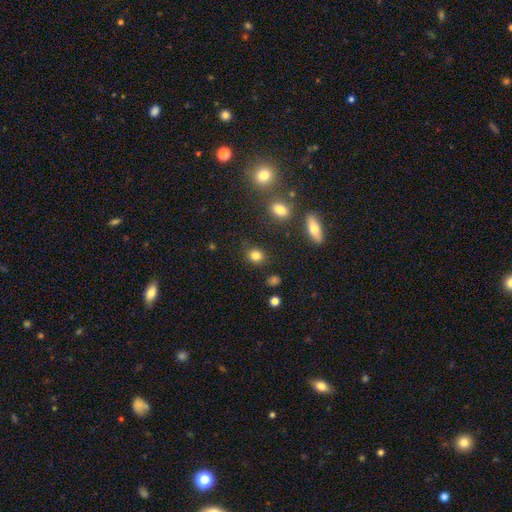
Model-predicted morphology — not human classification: Smooth or featured?
  - smooth: 82% *
  - star or artifact: 12%
  - featured or disk: 6%
How rounded?
  - round: 66% *
  - in between: 33%
  - cigar-shaped: 1%
Merging?
  - none: 82% *
  - minor disturbance: 11%
  - major disturbance: 3%
  - merger: 3%